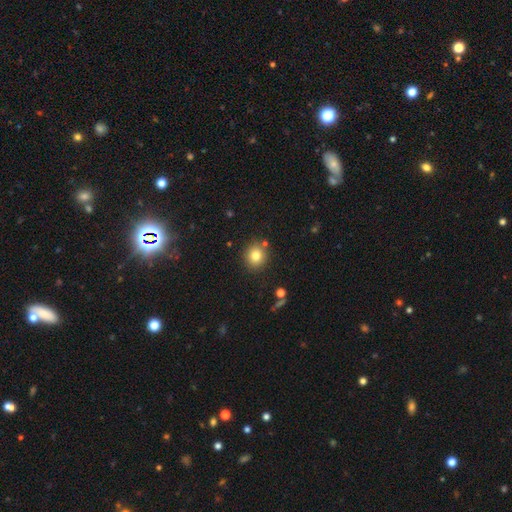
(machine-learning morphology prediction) The model was most divided on "smooth or featured": smooth: 80%, star or artifact: 12%, featured or disk: 8%. More confident: how rounded — round (85%); merging — none (83%).